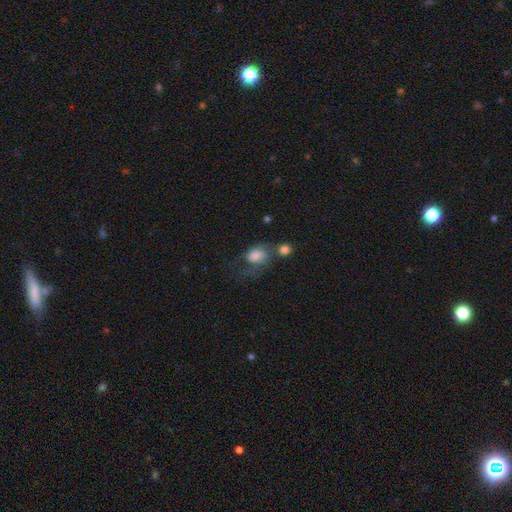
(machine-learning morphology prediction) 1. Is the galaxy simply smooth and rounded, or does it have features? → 71% smooth, 20% featured or disk, 9% star or artifact.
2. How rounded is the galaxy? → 60% in between, 39% round, 2% cigar-shaped.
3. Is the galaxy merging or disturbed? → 27% merger (tied), 27% major disturbance (tied), 26% none, 20% minor disturbance.